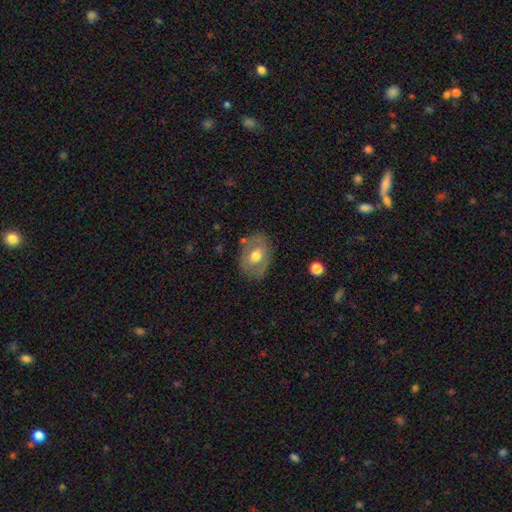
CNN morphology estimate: smooth 54%, featured or disk 39%, star or artifact 7%. Down the decision tree: how rounded — in between (72%); merging — none (77%).